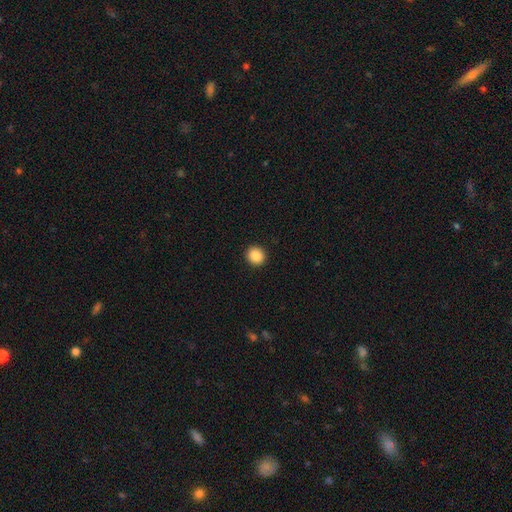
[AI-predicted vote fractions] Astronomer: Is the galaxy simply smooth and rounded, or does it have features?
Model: smooth — 88%.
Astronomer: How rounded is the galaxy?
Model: round — 87%.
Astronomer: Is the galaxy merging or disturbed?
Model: none — 93%.